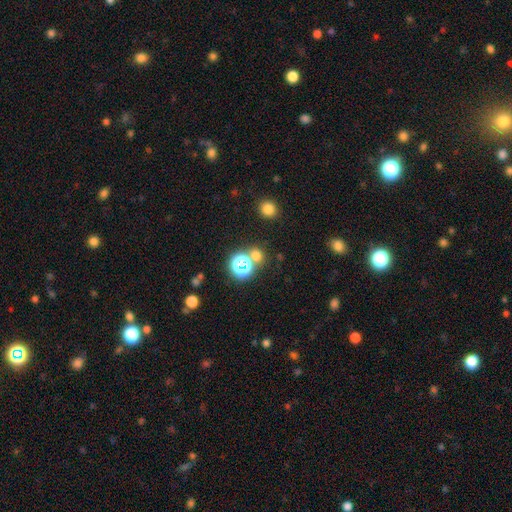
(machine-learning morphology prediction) smooth 57%, star or artifact 36%, featured or disk 7%. Down the decision tree: how rounded — round (81%); merging — none (68%).